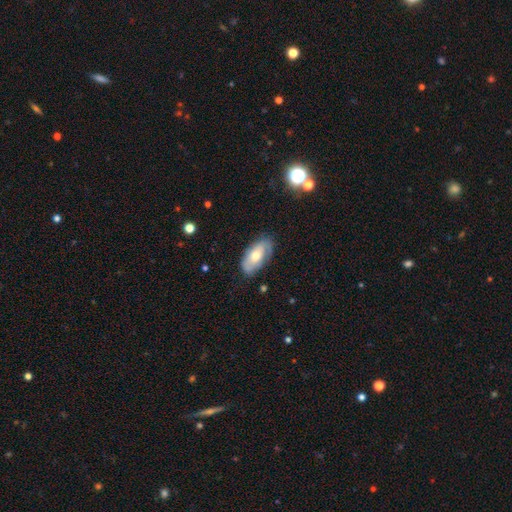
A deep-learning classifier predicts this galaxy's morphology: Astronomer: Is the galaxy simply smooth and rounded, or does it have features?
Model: smooth — 51% (runner-up: featured or disk, 42%).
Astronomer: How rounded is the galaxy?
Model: in between — 91%.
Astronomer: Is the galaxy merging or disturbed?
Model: none — 73%.